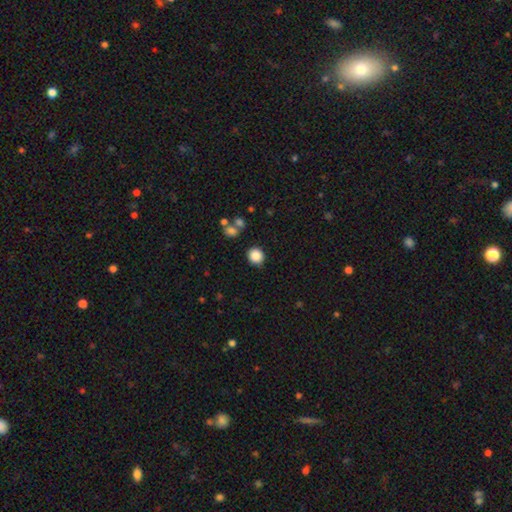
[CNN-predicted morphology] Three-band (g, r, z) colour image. It shows a smooth galaxy with no disk features (87%) that is round (86%). Merging: none (85%).